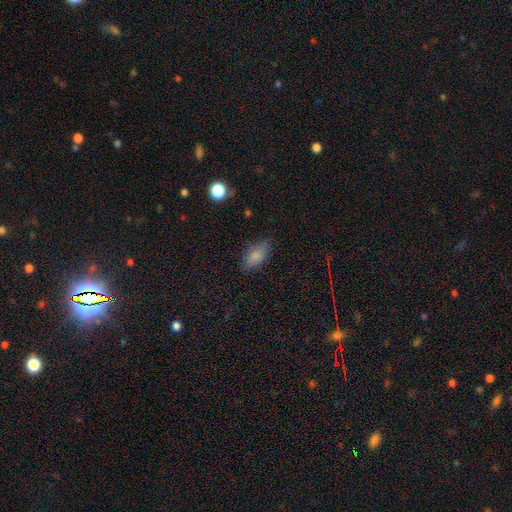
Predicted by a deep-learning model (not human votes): smooth_or_featured: smooth (p=0.80) [alt: featured or disk p=0.10]
how_rounded: in between (p=0.88) [alt: cigar-shaped p=0.07]
merging: none (p=0.74) [alt: minor disturbance p=0.20]